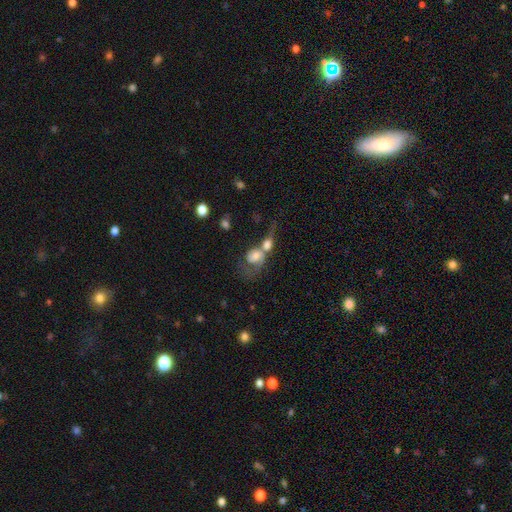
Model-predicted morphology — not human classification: A featured or disk galaxy (47%).

Vote fractions:
- Smooth or featured? featured or disk: 47% / smooth: 44% / star or artifact: 9%
- Merging? merger: 70% / major disturbance: 14% / none: 10% / minor disturbance: 6%